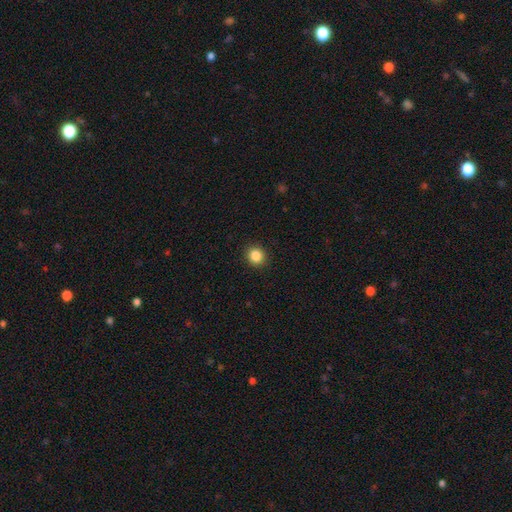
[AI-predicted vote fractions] Smooth or featured: smooth — 86% (star or artifact — 10%)
How rounded: round — 87% (in between — 12%)
Merging: none — 92% (minor disturbance — 5%)